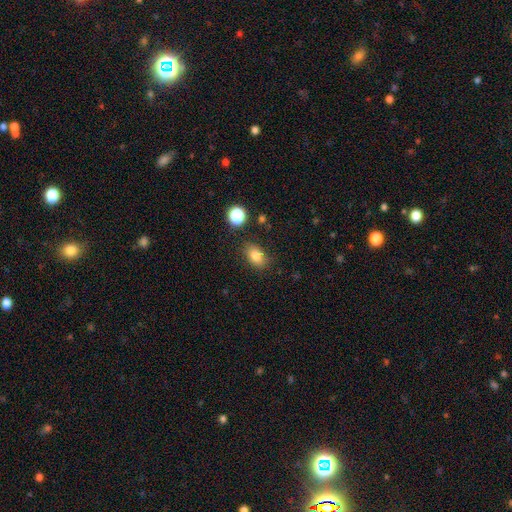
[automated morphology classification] Overall: smooth (81%). How rounded: in between (79%). Merging: none (82%).